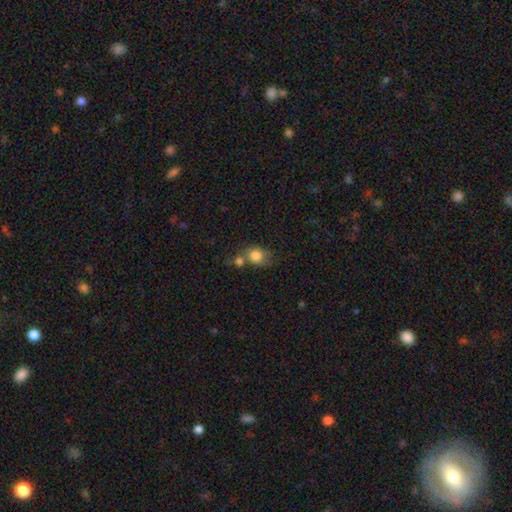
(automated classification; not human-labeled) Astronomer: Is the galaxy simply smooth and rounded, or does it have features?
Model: smooth — 81%.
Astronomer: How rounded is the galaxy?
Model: round — 56% (runner-up: in between, 42%).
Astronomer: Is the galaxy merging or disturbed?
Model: none — 41% (runner-up: merger, 38%).